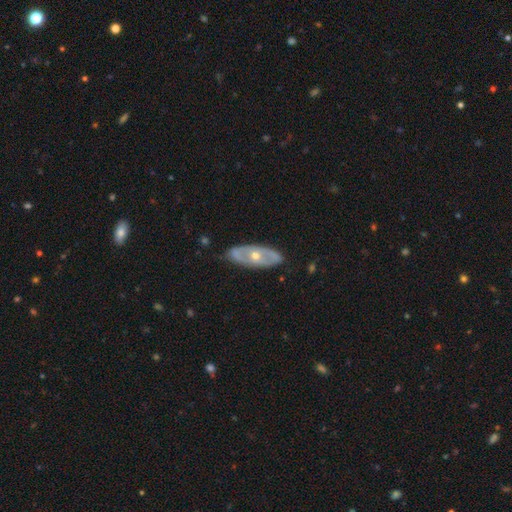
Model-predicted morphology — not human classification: Smooth or featured?
  - featured or disk: 68% *
  - smooth: 27%
  - star or artifact: 5%
Edge-on disk?
  - no: 81% *
  - yes: 19%
Bar?
  - no: 81% *
  - weak: 13%
  - strong: 6%
Spiral arms?
  - no: 68% *
  - yes: 32%
Bulge size?
  - moderate: 60% *
  - small: 36%
  - large: 2%
  - none: 1%
  - dominant: 1%
Merging?
  - none: 80% *
  - minor disturbance: 16%
  - major disturbance: 3%
  - merger: 1%